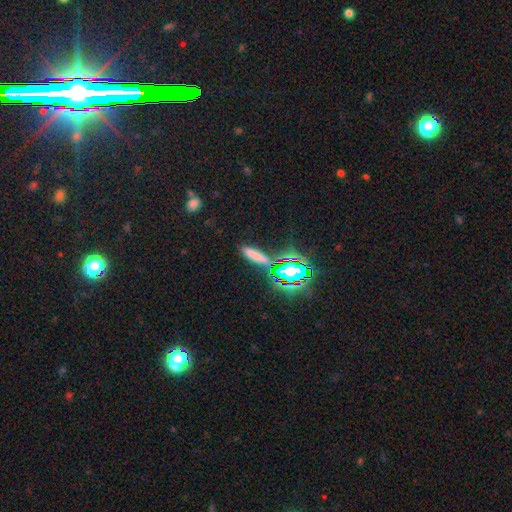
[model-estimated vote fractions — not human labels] Morphology: type=smooth (61%); roundness=cigar-shaped (75%); merging=none (79%).